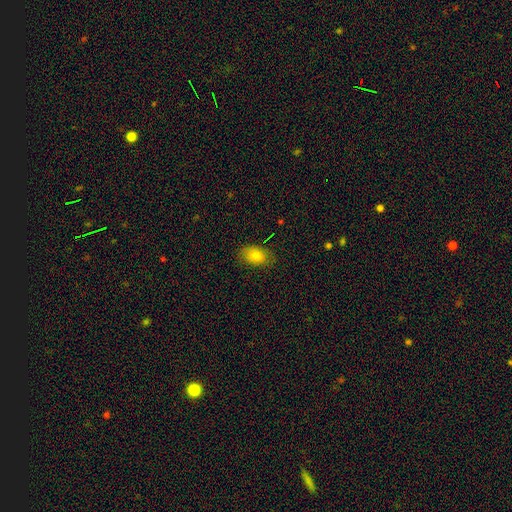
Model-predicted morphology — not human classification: Smooth or featured: smooth — 79% (featured or disk — 11%)
How rounded: in between — 86% (round — 12%)
Merging: none — 81% (minor disturbance — 15%)